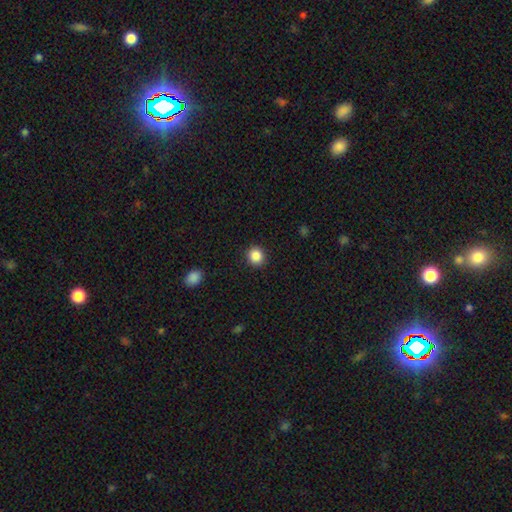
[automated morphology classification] Overall: smooth (87%). How rounded: round (86%). Merging: none (91%).